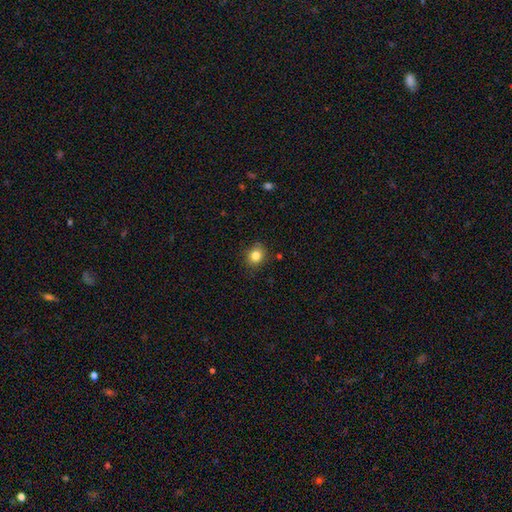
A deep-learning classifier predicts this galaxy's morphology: This appears to be a smooth galaxy with no disk features (83%) that is round (63%). Merging: none (85%).